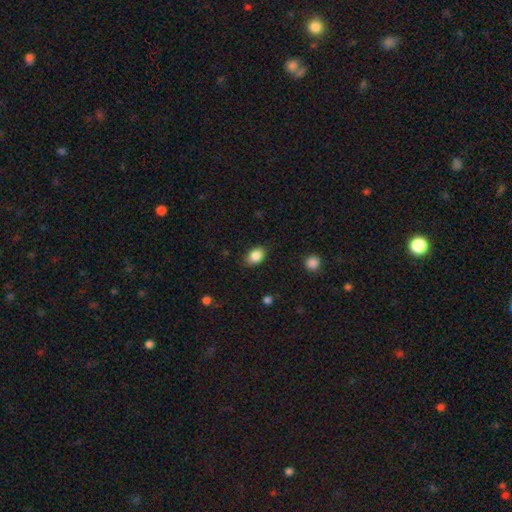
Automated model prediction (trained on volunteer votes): Q: Smooth or featured?
A: smooth (86%); runner-up: star or artifact (8%)
Q: How rounded?
A: in between (81%); runner-up: round (18%)
Q: Merging?
A: none (84%); runner-up: minor disturbance (12%)